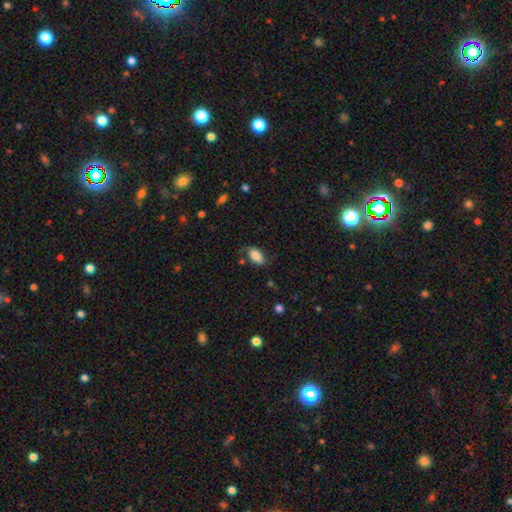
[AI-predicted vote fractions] The model was most divided on "merging": none: 68%, minor disturbance: 22%, major disturbance: 7%, merger: 3%. More confident: how rounded — in between (92%); smooth or featured — smooth (78%).